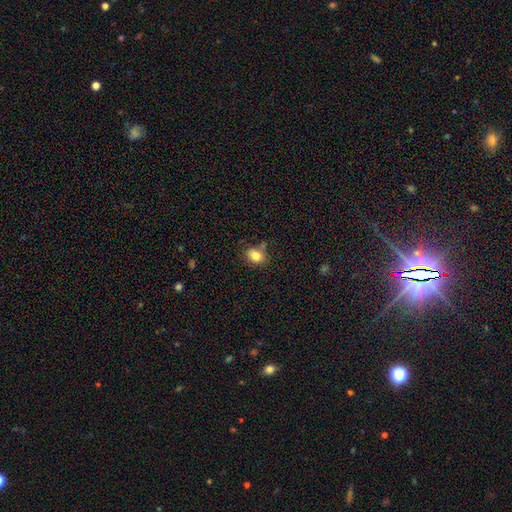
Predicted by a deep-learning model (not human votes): Smooth or featured? Predicted: smooth (p=0.83). How rounded? Predicted: in between (p=0.60). Merging? Predicted: none (p=0.72).